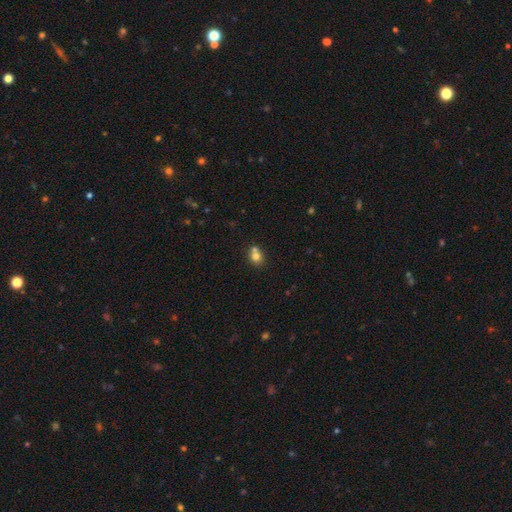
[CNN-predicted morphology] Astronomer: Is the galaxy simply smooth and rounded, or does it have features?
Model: smooth — 74%.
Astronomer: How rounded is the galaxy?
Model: round — 69%.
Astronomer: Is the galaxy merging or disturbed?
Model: none — 45% (runner-up: merger, 43%).